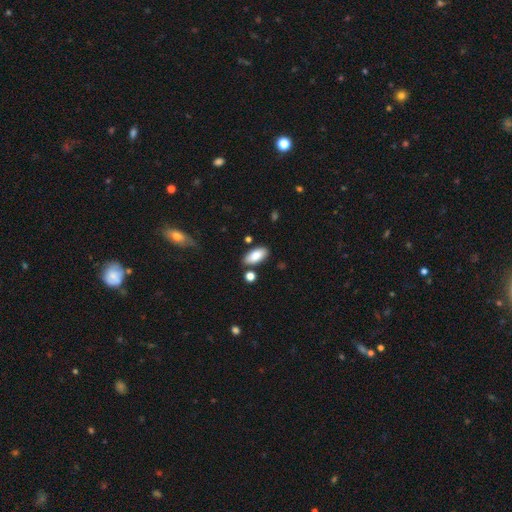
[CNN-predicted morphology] Smooth or featured?
  - smooth: 86% *
  - featured or disk: 8%
  - star or artifact: 7%
How rounded?
  - in between: 89% *
  - cigar-shaped: 8%
  - round: 2%
Merging?
  - none: 81% *
  - minor disturbance: 11%
  - merger: 5%
  - major disturbance: 3%